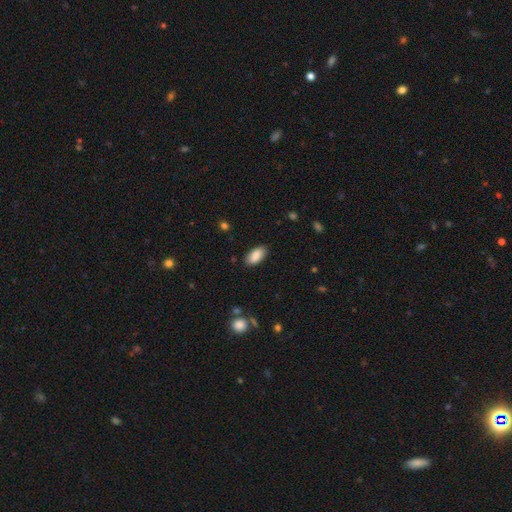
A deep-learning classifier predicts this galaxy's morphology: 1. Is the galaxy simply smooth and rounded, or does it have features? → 87% smooth, 7% star or artifact, 6% featured or disk.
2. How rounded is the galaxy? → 92% in between, 6% cigar-shaped, 2% round.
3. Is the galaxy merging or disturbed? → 86% none, 11% minor disturbance, 2% major disturbance, 1% merger.